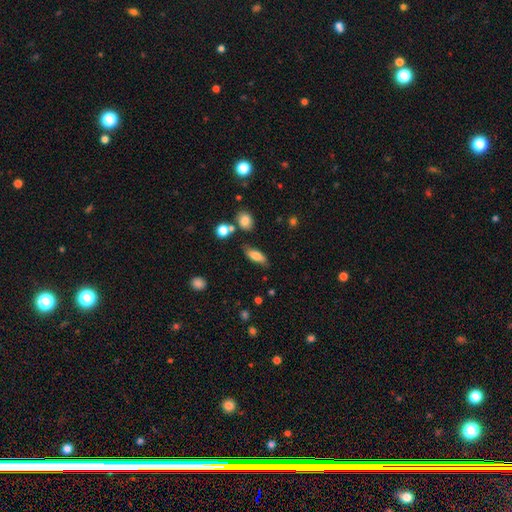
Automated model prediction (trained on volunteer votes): The model was most divided on "how rounded": in between: 73%, cigar-shaped: 23%, round: 4%. More confident: smooth or featured — smooth (76%); merging — none (73%).